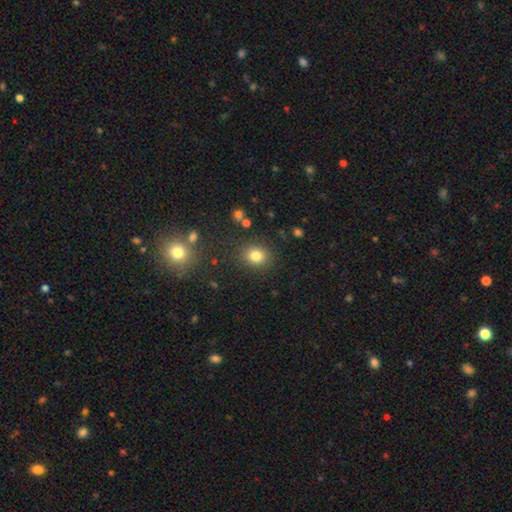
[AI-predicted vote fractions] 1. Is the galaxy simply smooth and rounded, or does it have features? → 80% smooth, 13% star or artifact, 7% featured or disk.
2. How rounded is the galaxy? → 68% round, 31% in between, 1% cigar-shaped.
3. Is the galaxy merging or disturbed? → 85% none, 9% minor disturbance, 3% major disturbance, 3% merger.